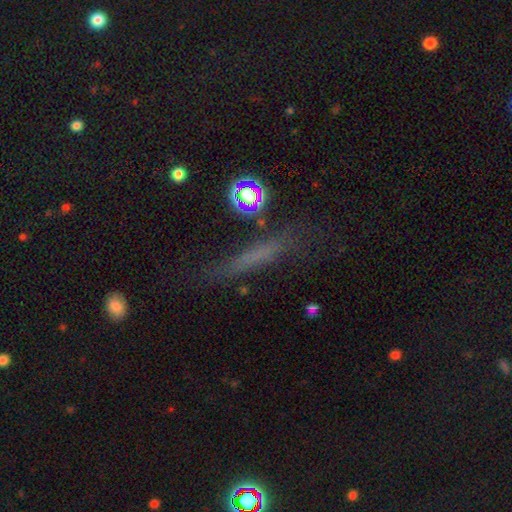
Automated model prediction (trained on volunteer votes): A smooth galaxy with no disk features (51%) that is cigar-shaped (83%).

Vote fractions:
- Smooth or featured? smooth: 51% / featured or disk: 29% / star or artifact: 19%
- How rounded? cigar-shaped: 83% / in between: 10% / round: 7%
- Merging? none: 70% / minor disturbance: 18% / major disturbance: 8% / merger: 4%